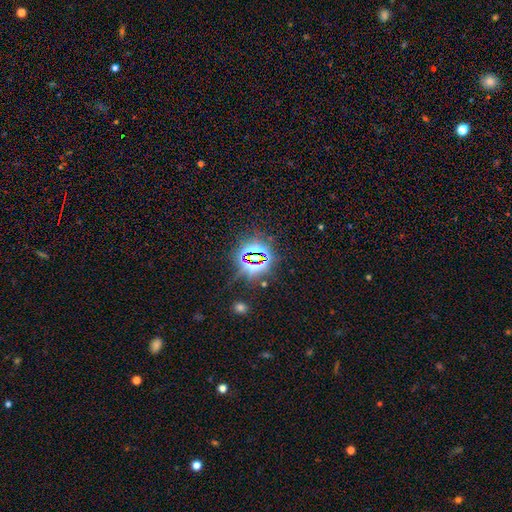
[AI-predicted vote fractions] A star or artifact, not a galaxy (80%).

Vote fractions:
- Smooth or featured? star or artifact: 80% / smooth: 12% / featured or disk: 8%